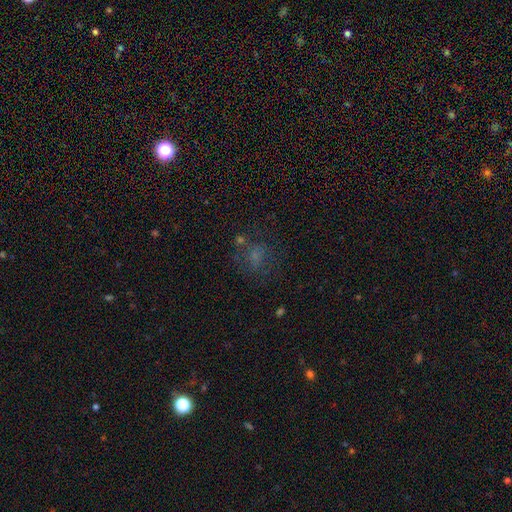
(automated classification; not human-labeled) Smooth or featured?
  - smooth: 50% *
  - star or artifact: 26%
  - featured or disk: 24%
Merging?
  - none: 58% *
  - minor disturbance: 18%
  - major disturbance: 16%
  - merger: 8%